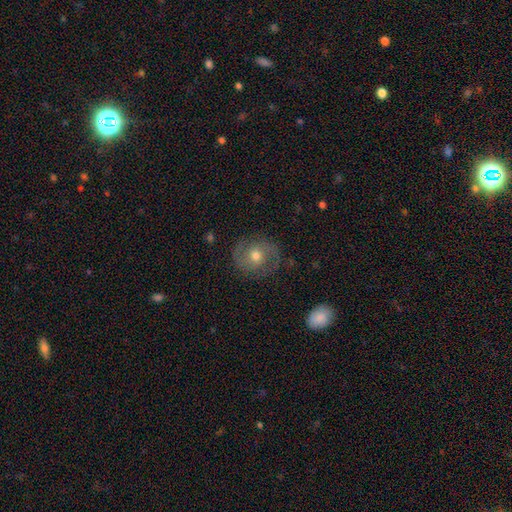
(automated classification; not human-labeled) A featured or disk galaxy (67%) with no bar (71%), 2 (85%) medium (46%) spiral arms (85%) and a moderate central bulge (69%). Merging: none (79%).